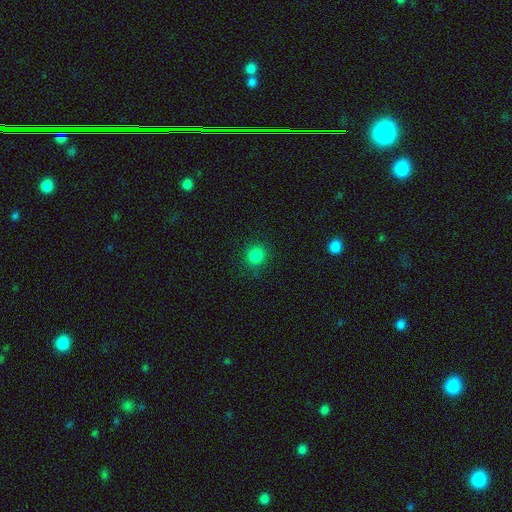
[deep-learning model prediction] Morphology: type=smooth (84%); roundness=round (88%); merging=none (88%).